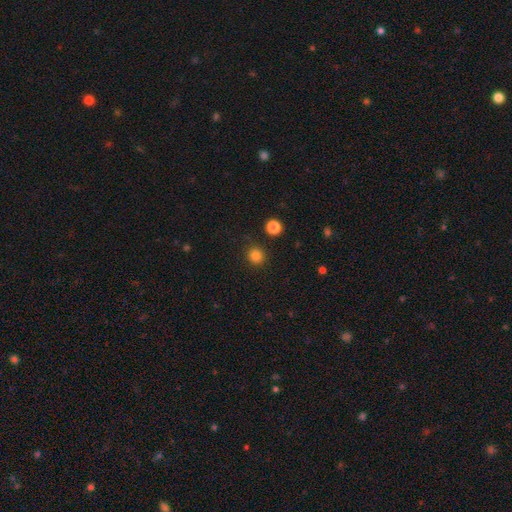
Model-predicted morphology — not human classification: The model was most divided on "smooth or featured": smooth: 84%, star or artifact: 13%, featured or disk: 3%. More confident: how rounded — round (89%); merging — none (89%).